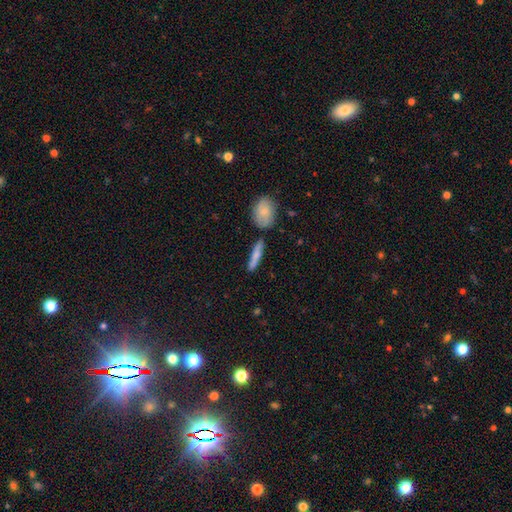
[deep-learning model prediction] Smooth or featured? Predicted: smooth (p=0.71). How rounded? Predicted: cigar-shaped (p=0.82). Merging? Predicted: none (p=0.76).